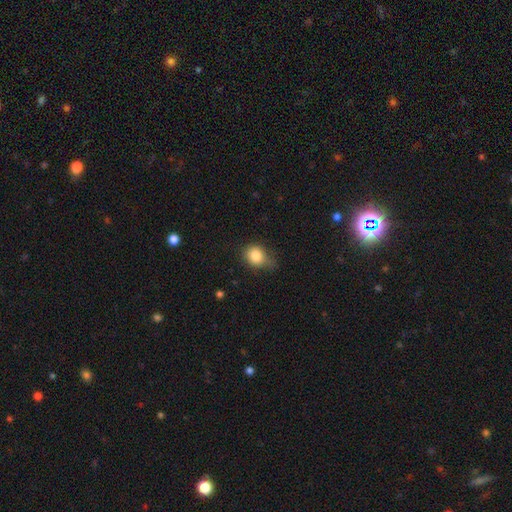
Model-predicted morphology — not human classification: Smooth or featured?
  - smooth: 83% *
  - star or artifact: 10%
  - featured or disk: 7%
How rounded?
  - round: 58% *
  - in between: 41%
  - cigar-shaped: 1%
Merging?
  - none: 47% *
  - minor disturbance: 39%
  - major disturbance: 12%
  - merger: 2%